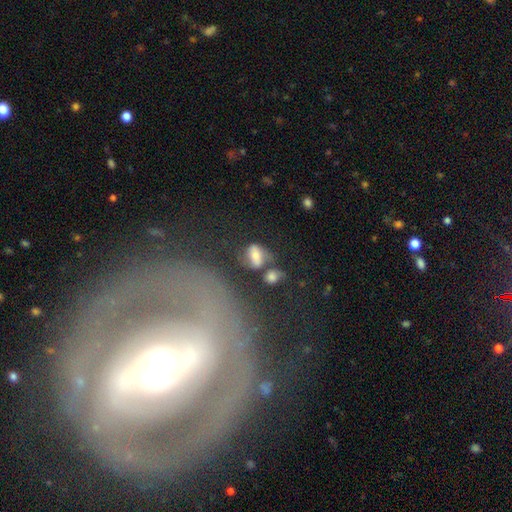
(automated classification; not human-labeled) Smooth or featured?
  - smooth: 54% *
  - featured or disk: 34%
  - star or artifact: 12%
How rounded?
  - in between: 67% *
  - round: 28%
  - cigar-shaped: 5%
Merging?
  - none: 49% *
  - merger: 20%
  - minor disturbance: 18%
  - major disturbance: 13%